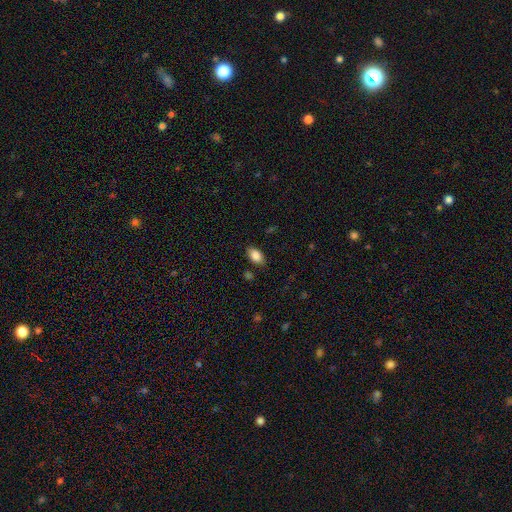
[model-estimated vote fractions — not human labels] Smooth or featured? smooth (85%)
How rounded? in between (92%)
Merging? none (85%)